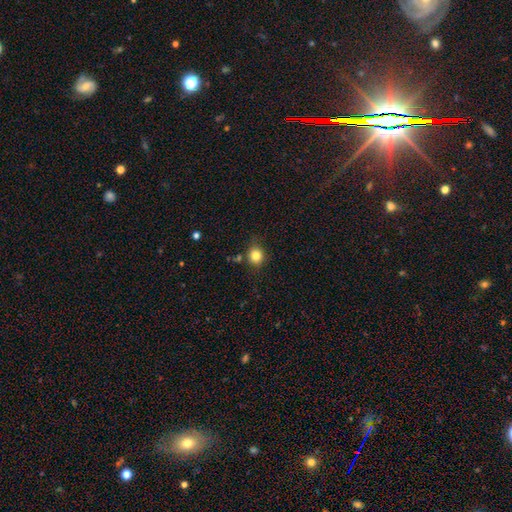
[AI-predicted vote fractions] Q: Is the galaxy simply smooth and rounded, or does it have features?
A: smooth — 83%.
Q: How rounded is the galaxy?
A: round — 83%.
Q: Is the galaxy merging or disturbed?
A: none — 79%.